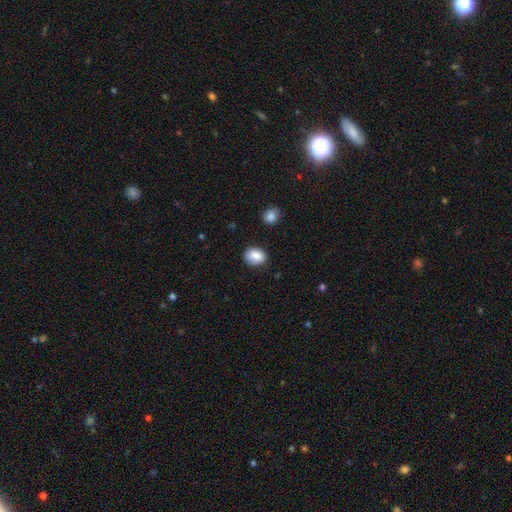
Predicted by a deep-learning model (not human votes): Q: Smooth or featured?
A: smooth (86%); runner-up: star or artifact (8%)
Q: How rounded?
A: in between (65%); runner-up: round (34%)
Q: Merging?
A: none (81%); runner-up: minor disturbance (14%)